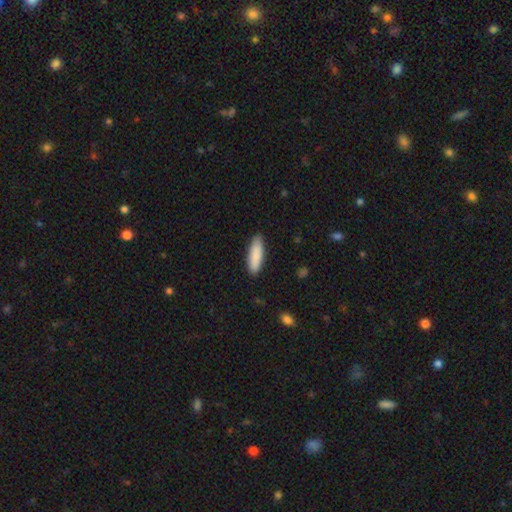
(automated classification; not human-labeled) Smooth or featured? smooth (88%)
How rounded? in between (50%)
Merging? none (87%)